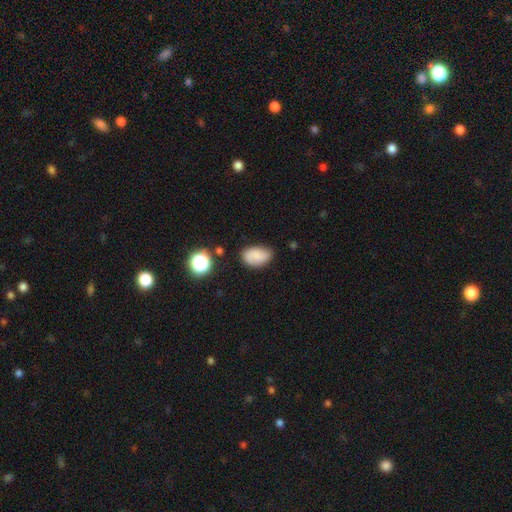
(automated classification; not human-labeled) smooth-or-featured: smooth: 78% | featured or disk: 11% | star or artifact: 11%
  how-rounded: in between: 89% | round: 10% | cigar-shaped: 1%
  merging: none: 63% | minor disturbance: 28% | major disturbance: 6% | merger: 3%